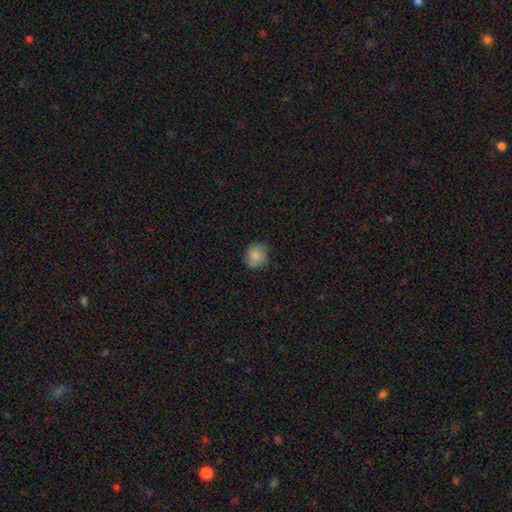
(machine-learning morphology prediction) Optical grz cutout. It shows a smooth galaxy with no disk features (82%) that is round (75%). Merging: none (71%).